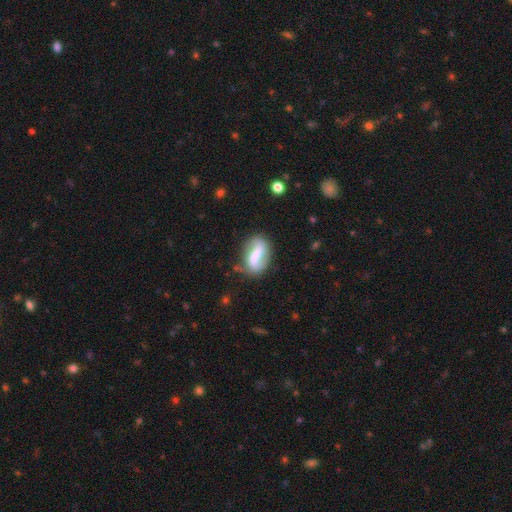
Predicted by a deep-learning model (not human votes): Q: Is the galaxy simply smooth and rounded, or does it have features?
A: featured or disk — 49%.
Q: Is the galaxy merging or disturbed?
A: none — 66%.